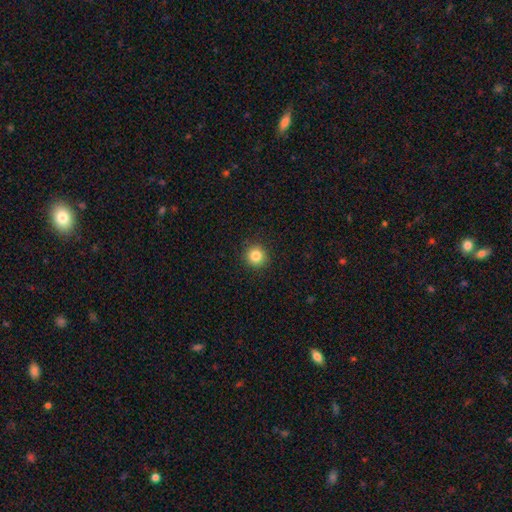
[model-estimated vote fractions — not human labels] Smooth or featured? Predicted: smooth (p=0.84). How rounded? Predicted: round (p=0.94). Merging? Predicted: none (p=0.92).